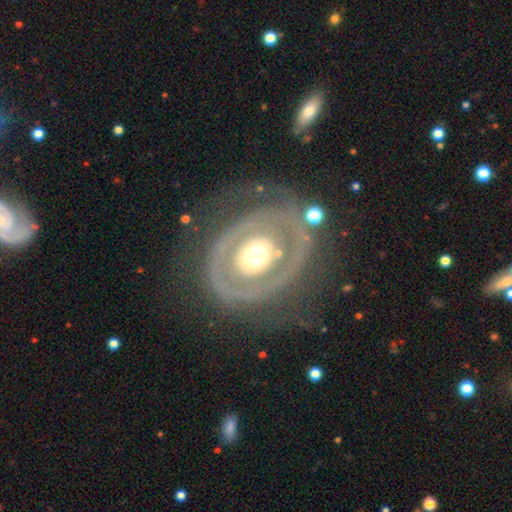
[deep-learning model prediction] A featured or disk galaxy (74%) with no bar (88%), no spiral arms (64%) and a moderate central bulge (60%). Merging: none (62%).